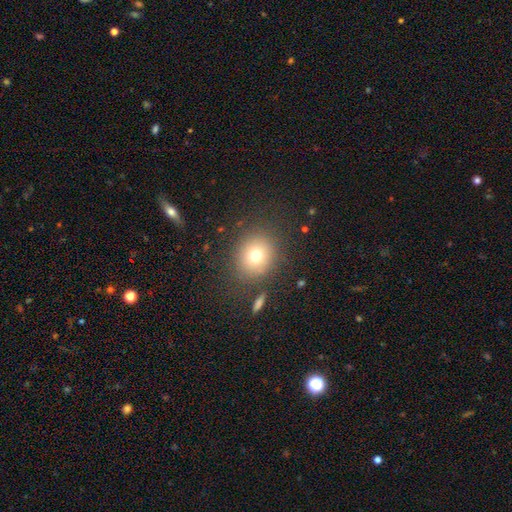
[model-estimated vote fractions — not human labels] Smooth or featured? smooth (74%)
How rounded? round (78%)
Merging? none (82%)